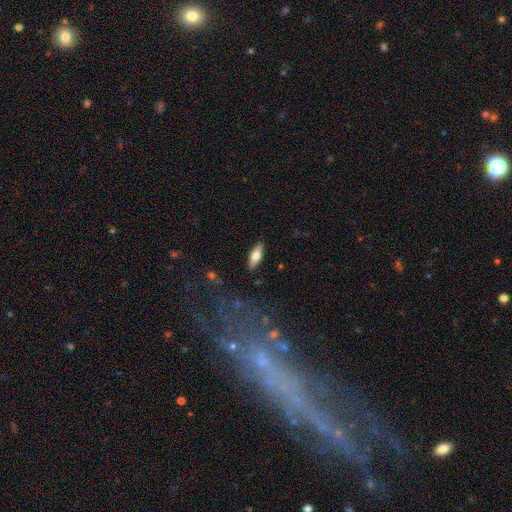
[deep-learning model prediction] Smooth or featured?
  - smooth: 62% *
  - featured or disk: 32%
  - star or artifact: 6%
How rounded?
  - in between: 59% *
  - cigar-shaped: 39%
  - round: 2%
Merging?
  - none: 88% *
  - minor disturbance: 9%
  - major disturbance: 2%
  - merger: 1%